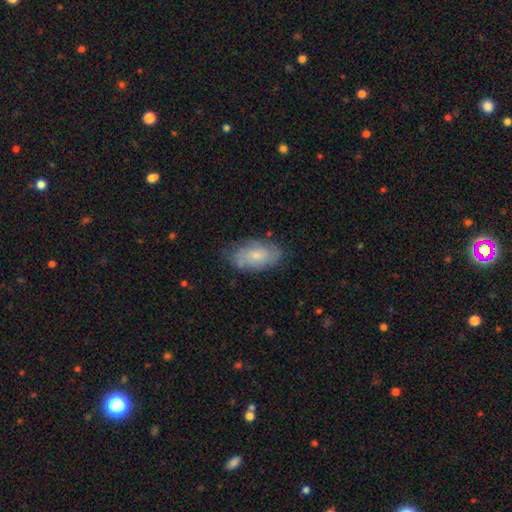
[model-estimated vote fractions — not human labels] smooth 54%, featured or disk 39%, star or artifact 7%. Down the decision tree: how rounded — in between (92%); merging — none (73%).